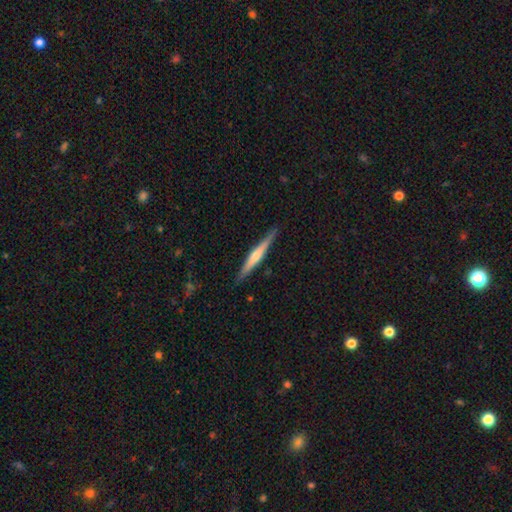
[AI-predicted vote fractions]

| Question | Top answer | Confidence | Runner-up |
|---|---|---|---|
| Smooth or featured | featured or disk | 62% | smooth (33%) |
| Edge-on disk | yes | 98% | no (2%) |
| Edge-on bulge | rounded | 64% | none (24%) |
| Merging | none | 90% | minor disturbance (8%) |